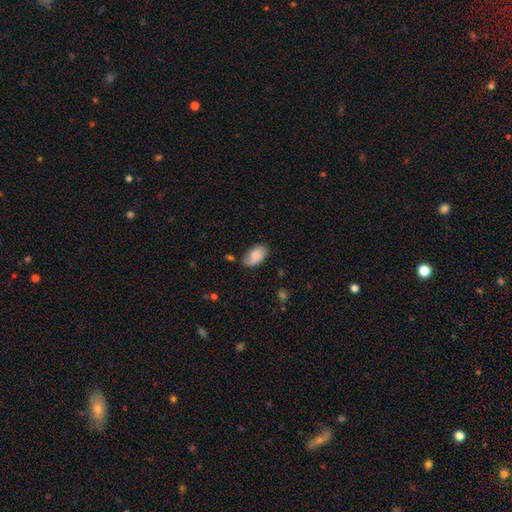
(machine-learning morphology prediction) Smooth or featured: smooth — 82% (featured or disk — 11%)
How rounded: in between — 94% (round — 4%)
Merging: none — 66% (minor disturbance — 25%)